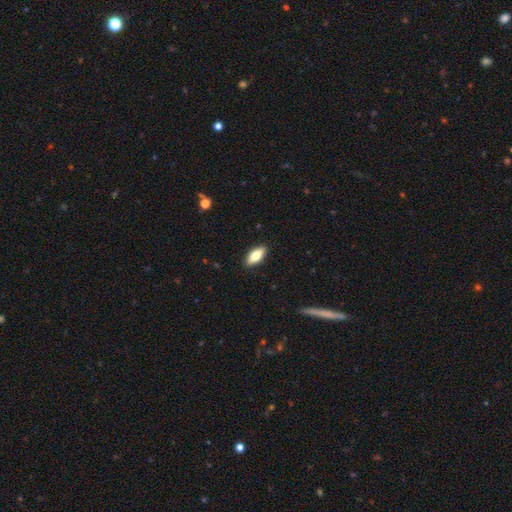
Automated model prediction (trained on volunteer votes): This appears to be a smooth galaxy with no disk features (76%) that is in between round and cigar-shaped (82%). Merging: none (89%).